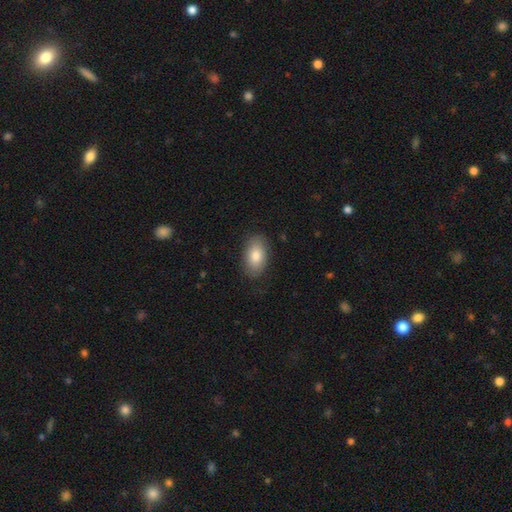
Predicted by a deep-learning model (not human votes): This appears to be a smooth galaxy with no disk features (83%) that is in between round and cigar-shaped (92%). Merging: none (85%).